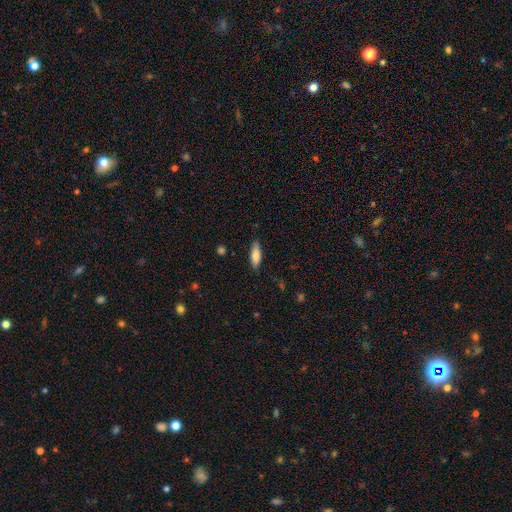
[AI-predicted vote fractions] Smooth or featured?
  - smooth: 77% *
  - featured or disk: 17%
  - star or artifact: 6%
How rounded?
  - in between: 53% *
  - cigar-shaped: 45%
  - round: 2%
Merging?
  - none: 86% *
  - minor disturbance: 11%
  - major disturbance: 2%
  - merger: 1%